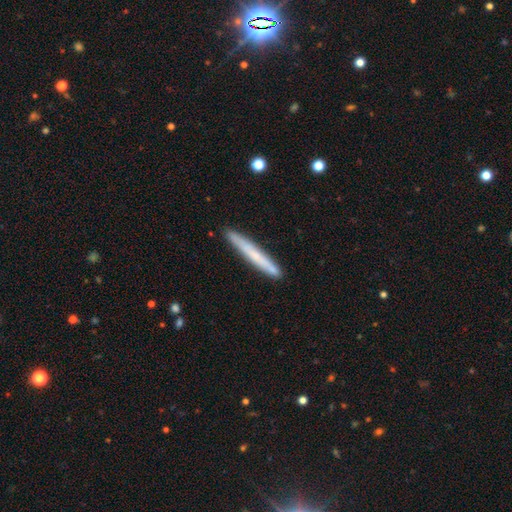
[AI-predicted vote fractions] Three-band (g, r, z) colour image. It shows a smooth galaxy with no disk features (60%) that is cigar-shaped (97%). Merging: none (90%).